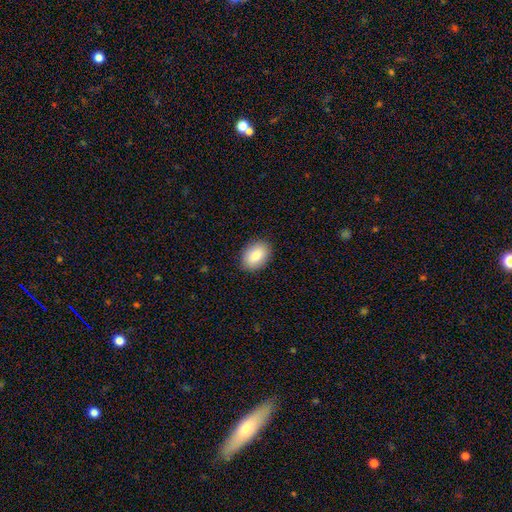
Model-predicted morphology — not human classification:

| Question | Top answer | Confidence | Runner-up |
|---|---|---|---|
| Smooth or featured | smooth | 87% | star or artifact (7%) |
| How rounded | in between | 84% | round (15%) |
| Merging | none | 89% | minor disturbance (8%) |